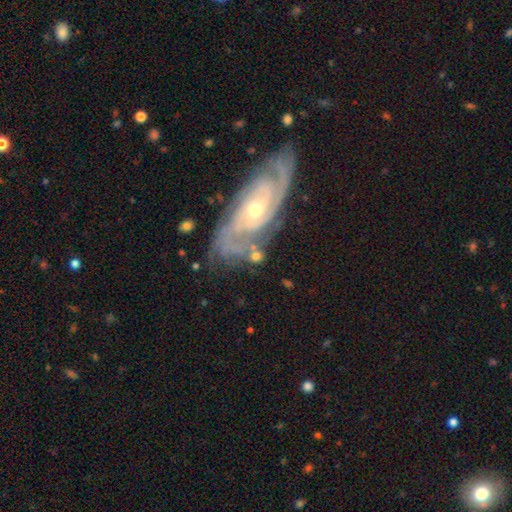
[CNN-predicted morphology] This appears to be a featured or disk galaxy (63%) with no bar (67%), spiral arms (80%) and a moderate central bulge (48%). Merging: none (55%).